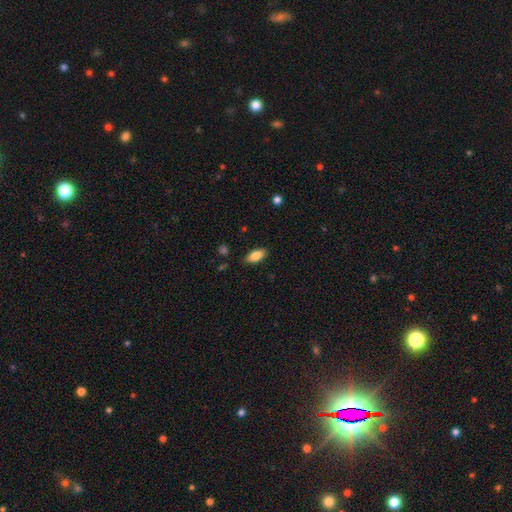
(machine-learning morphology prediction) This is clearly a smooth galaxy (83%). How rounded: clearly in between (86%). Merging: clearly none (86%).